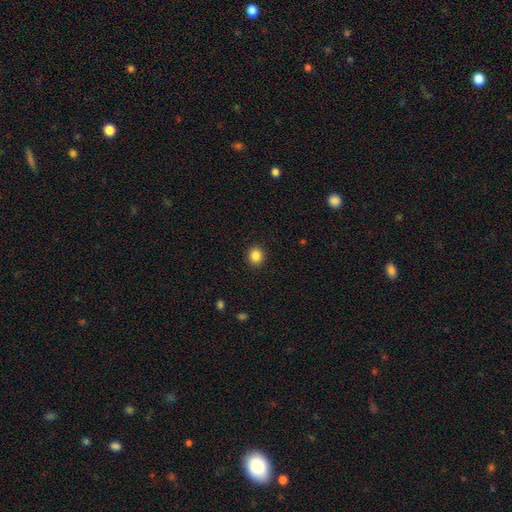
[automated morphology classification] A smooth galaxy with no disk features (86%) that is round (83%).

Vote fractions:
- Smooth or featured? smooth: 86% / star or artifact: 10% / featured or disk: 4%
- How rounded? round: 83% / in between: 16% / cigar-shaped: 1%
- Merging? none: 92% / minor disturbance: 5% / major disturbance: 2% / merger: 1%